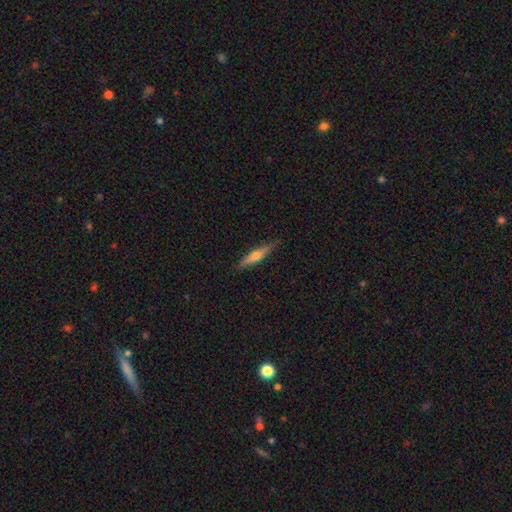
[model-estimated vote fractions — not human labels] Smooth or featured: smooth — 48% (featured or disk — 46%)
Merging: none — 86% (minor disturbance — 11%)